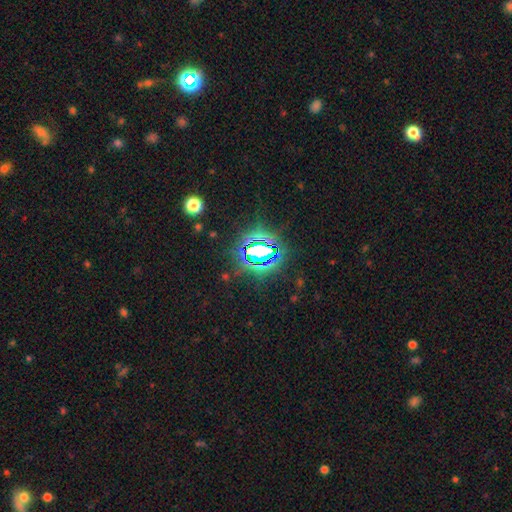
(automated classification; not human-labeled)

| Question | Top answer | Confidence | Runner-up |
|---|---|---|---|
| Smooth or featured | star or artifact | 79% | smooth (12%) |